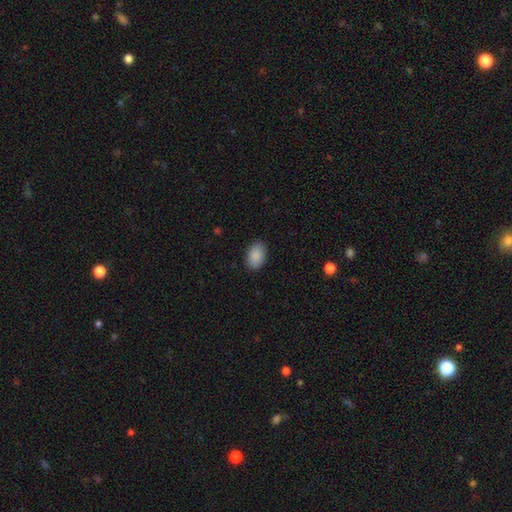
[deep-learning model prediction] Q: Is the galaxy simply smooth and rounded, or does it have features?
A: smooth — 90%.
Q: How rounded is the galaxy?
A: in between — 91%.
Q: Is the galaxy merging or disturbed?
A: none — 88%.